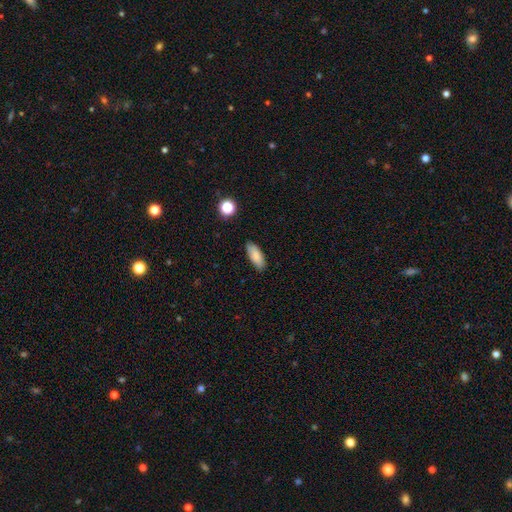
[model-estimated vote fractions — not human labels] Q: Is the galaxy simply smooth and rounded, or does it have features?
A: smooth — 86%.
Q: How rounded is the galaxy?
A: in between — 79%.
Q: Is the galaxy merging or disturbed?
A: none — 86%.